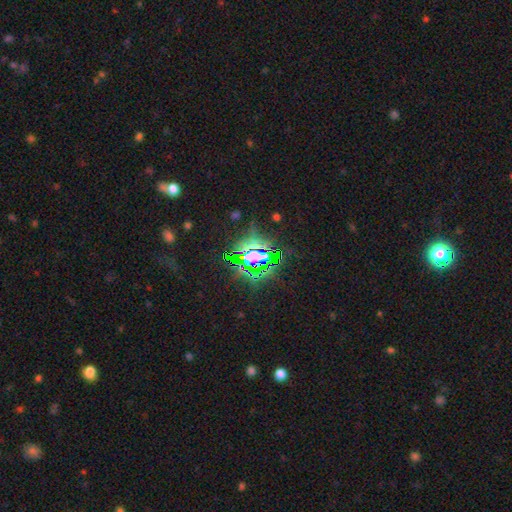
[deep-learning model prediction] A star or artifact, not a galaxy (78%).

Vote fractions:
- Smooth or featured? star or artifact: 78% / smooth: 12% / featured or disk: 10%